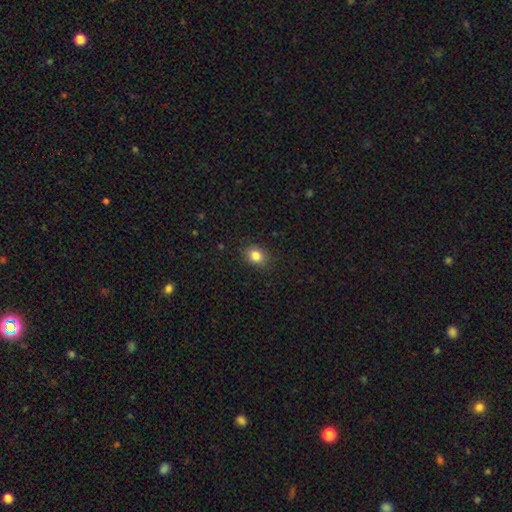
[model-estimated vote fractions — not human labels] smooth_or_featured: smooth (p=0.83) [alt: star or artifact p=0.11]
how_rounded: round (p=0.51) [alt: in between p=0.48]
merging: none (p=0.86) [alt: minor disturbance p=0.10]